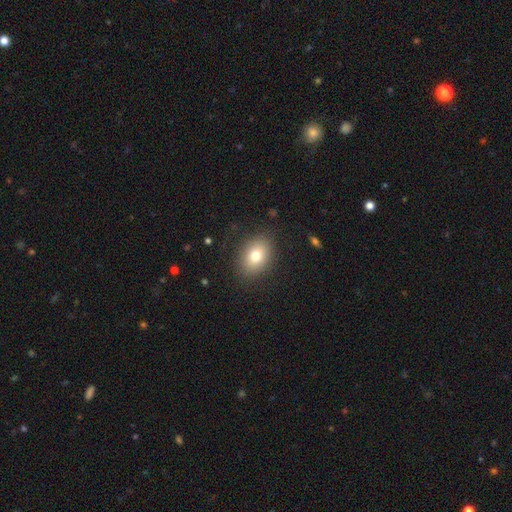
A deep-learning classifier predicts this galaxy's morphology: This appears to be a smooth galaxy with no disk features (77%) that is in between round and cigar-shaped (74%). Merging: none (85%).